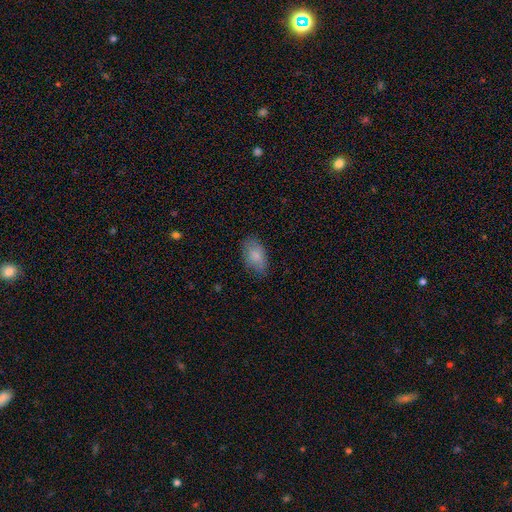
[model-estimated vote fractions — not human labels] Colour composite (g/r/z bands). It shows a smooth galaxy with no disk features (83%) that is in between round and cigar-shaped (92%). Merging: none (78%).